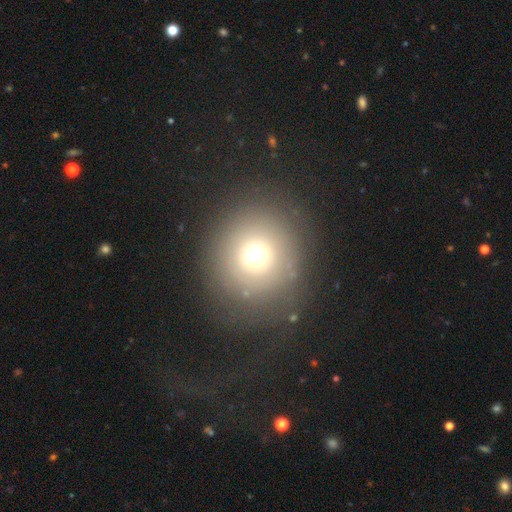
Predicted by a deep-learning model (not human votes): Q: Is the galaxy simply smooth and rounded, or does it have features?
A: smooth — 67%.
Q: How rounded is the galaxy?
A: round — 91%.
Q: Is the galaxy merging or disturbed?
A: none — 80%.